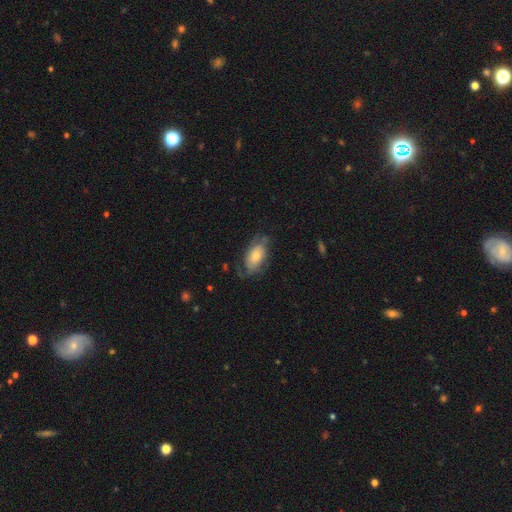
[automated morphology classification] The model was most divided on "smooth or featured": featured or disk: 51%, smooth: 42%, star or artifact: 7%. More confident: edge-on disk — no (93%); merging — none (56%).